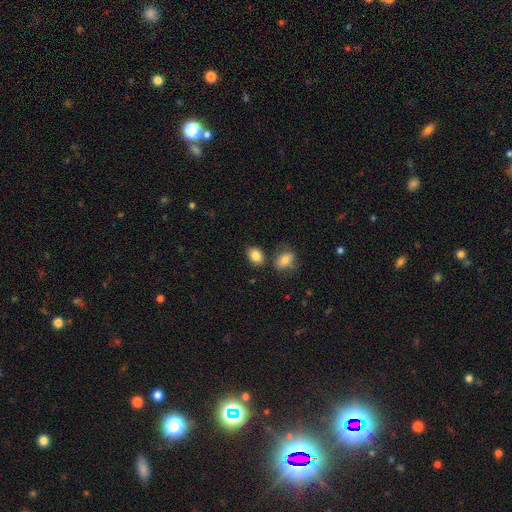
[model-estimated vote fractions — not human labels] Smooth or featured?
  - smooth: 84% *
  - star or artifact: 9%
  - featured or disk: 7%
How rounded?
  - in between: 74% *
  - round: 24%
  - cigar-shaped: 1%
Merging?
  - none: 73% *
  - minor disturbance: 12%
  - merger: 12%
  - major disturbance: 3%